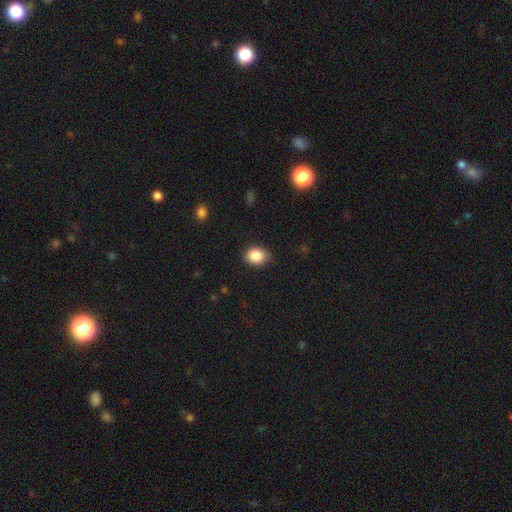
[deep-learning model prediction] The model was most divided on "how rounded": in between: 56%, round: 43%, cigar-shaped: 1%. More confident: smooth or featured — smooth (87%); merging — none (85%).